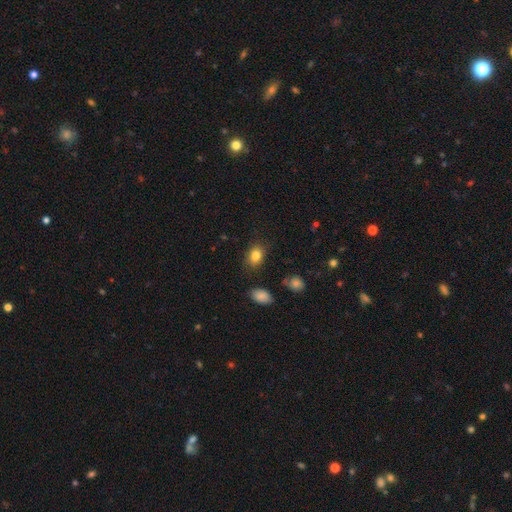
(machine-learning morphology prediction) Smooth or featured: smooth — 83% (star or artifact — 10%)
How rounded: in between — 69% (round — 30%)
Merging: none — 83% (minor disturbance — 12%)